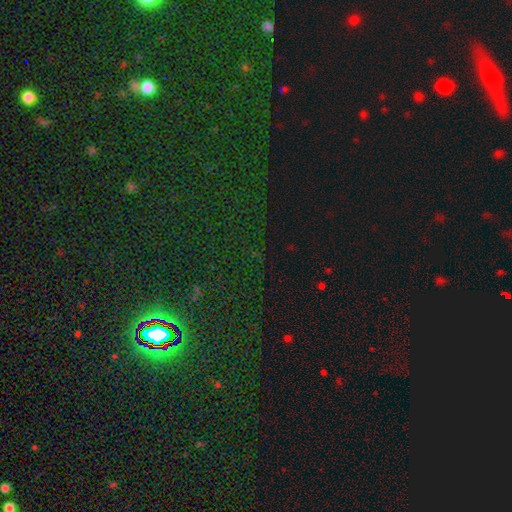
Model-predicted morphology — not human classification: A star or artifact, not a galaxy (83%).

Vote fractions:
- Smooth or featured? star or artifact: 83% / smooth: 10% / featured or disk: 7%